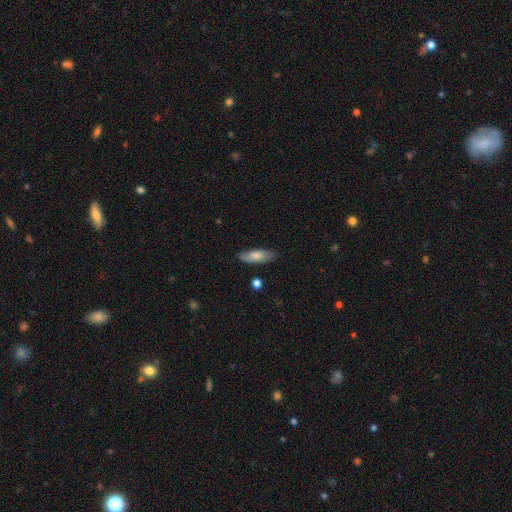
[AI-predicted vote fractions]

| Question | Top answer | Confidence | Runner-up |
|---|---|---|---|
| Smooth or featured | smooth | 77% | featured or disk (17%) |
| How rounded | in between | 58% | cigar-shaped (40%) |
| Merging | none | 82% | minor disturbance (14%) |